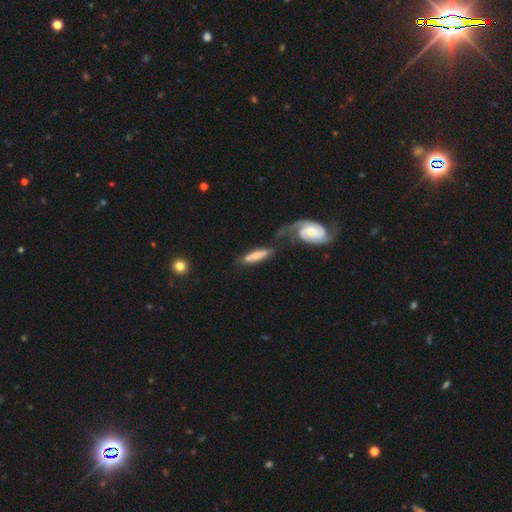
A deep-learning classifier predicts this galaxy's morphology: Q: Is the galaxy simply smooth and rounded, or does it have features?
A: smooth — 59%.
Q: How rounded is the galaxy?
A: cigar-shaped — 64%.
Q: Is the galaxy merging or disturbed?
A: none — 41%.